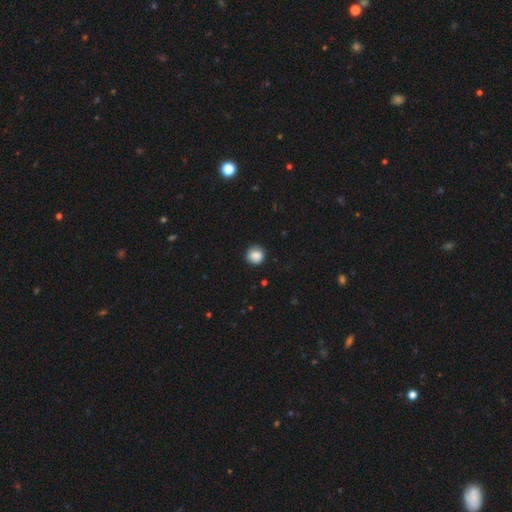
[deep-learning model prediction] This is clearly a smooth galaxy (87%). How rounded: clearly round (92%). Merging: clearly none (86%).